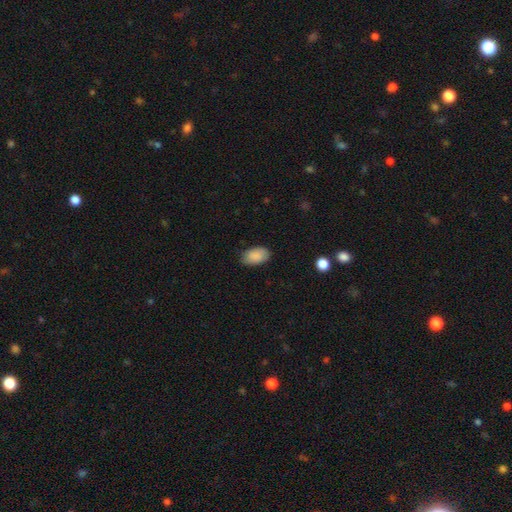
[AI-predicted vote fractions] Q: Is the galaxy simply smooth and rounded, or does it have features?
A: smooth — 89%.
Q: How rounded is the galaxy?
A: in between — 93%.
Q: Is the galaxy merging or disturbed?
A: none — 82%.